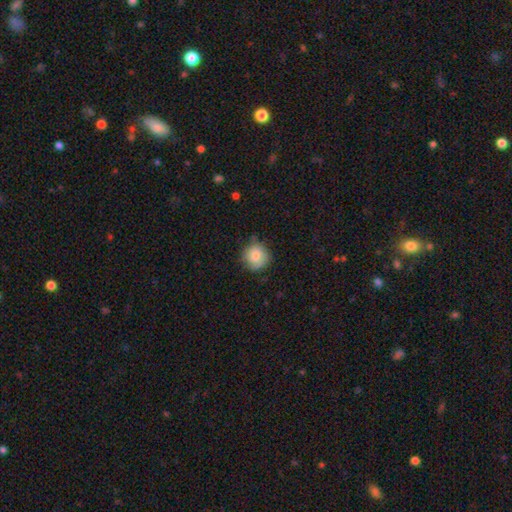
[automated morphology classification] Overall: smooth (84%). How rounded: round (92%). Merging: none (75%).